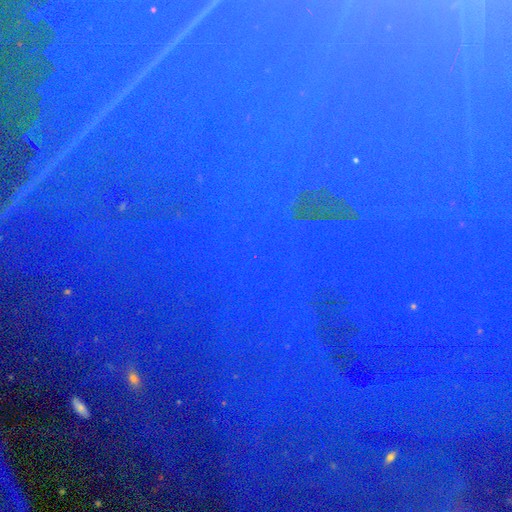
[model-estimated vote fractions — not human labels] Smooth or featured? star or artifact (85%)